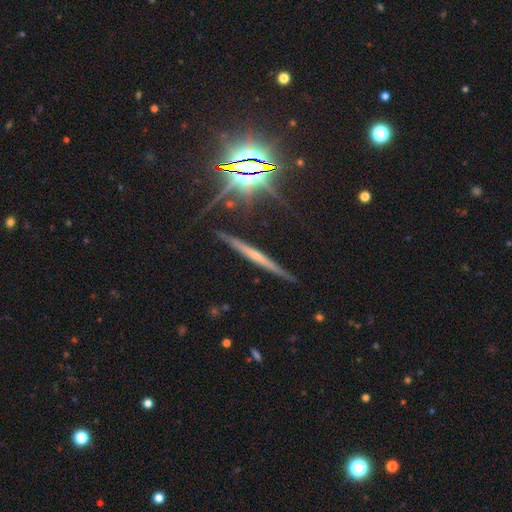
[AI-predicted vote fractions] Morphology: type=featured or disk (55%); edge-on=yes (96%); edge-on bulge=none (62%); merging=none (85%).